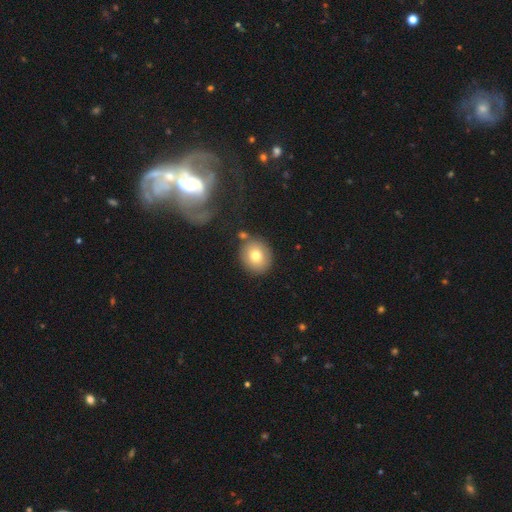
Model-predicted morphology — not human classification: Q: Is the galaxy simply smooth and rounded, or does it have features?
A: smooth — 77%.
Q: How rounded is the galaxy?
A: round — 78%.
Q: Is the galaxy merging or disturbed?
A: none — 80%.